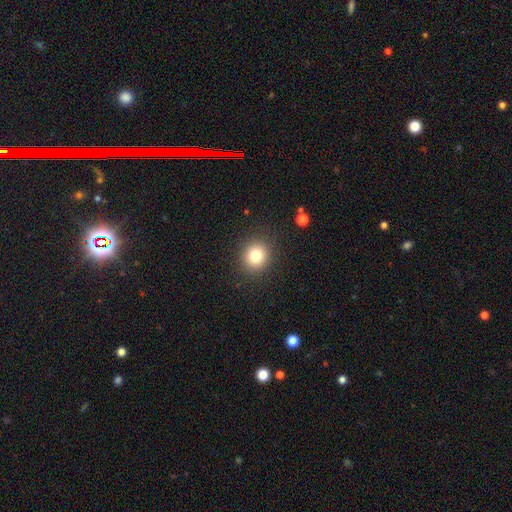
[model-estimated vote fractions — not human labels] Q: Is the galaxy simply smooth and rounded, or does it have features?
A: smooth — 80%.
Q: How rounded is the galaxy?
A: round — 83%.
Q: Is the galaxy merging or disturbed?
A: none — 89%.